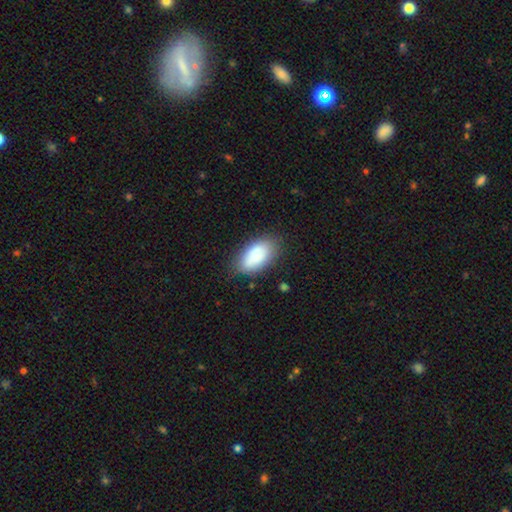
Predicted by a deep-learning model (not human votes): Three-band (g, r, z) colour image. It shows a smooth galaxy with no disk features (86%) that is in between round and cigar-shaped (93%). Merging: none (77%).